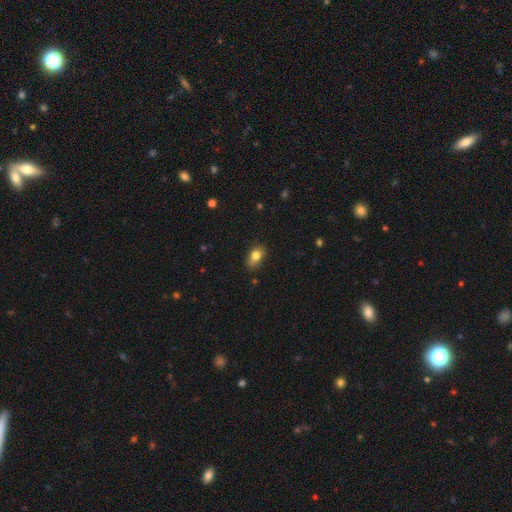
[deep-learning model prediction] Smooth or featured: smooth — 80% (featured or disk — 10%)
How rounded: in between — 80% (round — 18%)
Merging: none — 73% (minor disturbance — 21%)